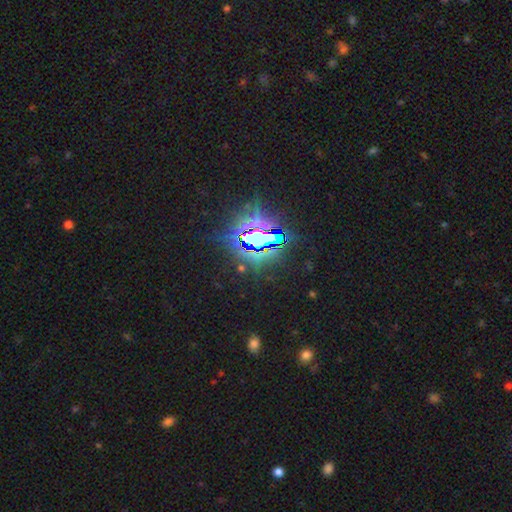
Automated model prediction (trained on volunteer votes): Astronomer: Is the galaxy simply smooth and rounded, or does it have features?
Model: star or artifact — 83%.